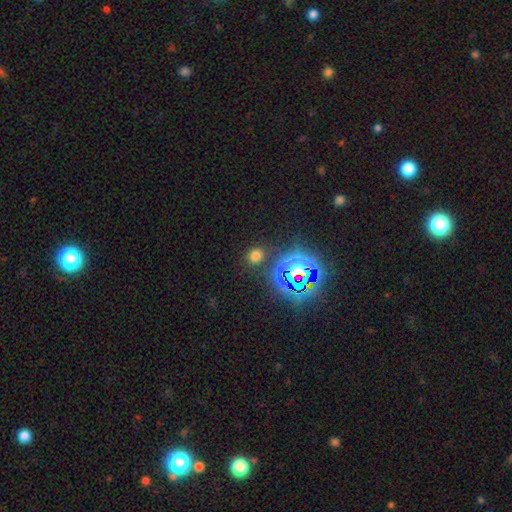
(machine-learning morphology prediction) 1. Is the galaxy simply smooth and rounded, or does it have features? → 62% smooth, 32% star or artifact, 6% featured or disk.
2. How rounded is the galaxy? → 67% round, 32% in between, 1% cigar-shaped.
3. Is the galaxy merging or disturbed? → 85% none, 8% minor disturbance, 4% merger, 3% major disturbance.